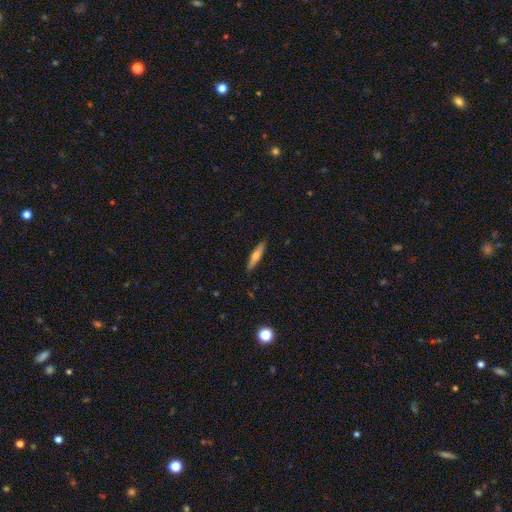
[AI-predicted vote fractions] smooth 63%, featured or disk 30%, star or artifact 6%. Down the decision tree: how rounded — cigar-shaped (81%); merging — none (89%).